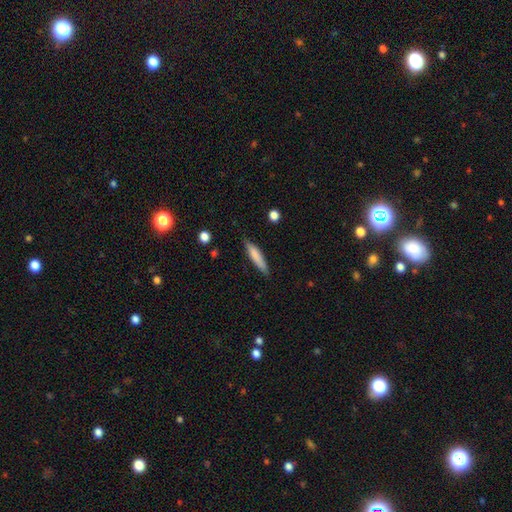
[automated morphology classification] Smooth or featured?
  - smooth: 75% *
  - featured or disk: 19%
  - star or artifact: 6%
How rounded?
  - cigar-shaped: 85% *
  - in between: 13%
  - round: 1%
Merging?
  - none: 82% *
  - minor disturbance: 14%
  - major disturbance: 2%
  - merger: 2%